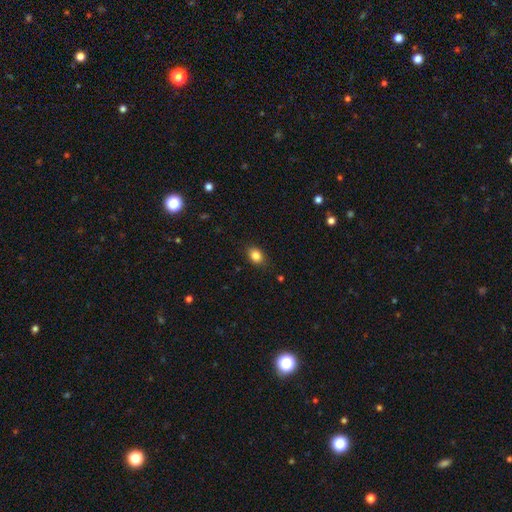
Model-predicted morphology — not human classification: Q: Smooth or featured?
A: smooth (85%); runner-up: star or artifact (10%)
Q: How rounded?
A: in between (63%); runner-up: round (35%)
Q: Merging?
A: none (83%); runner-up: minor disturbance (13%)